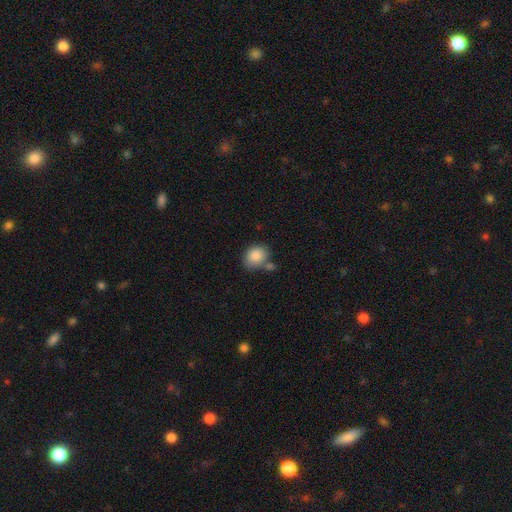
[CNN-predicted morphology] smooth_or_featured: smooth (p=0.87) [alt: star or artifact p=0.08]
how_rounded: round (p=0.52) [alt: in between p=0.48]
merging: none (p=0.56) [alt: merger p=0.21]